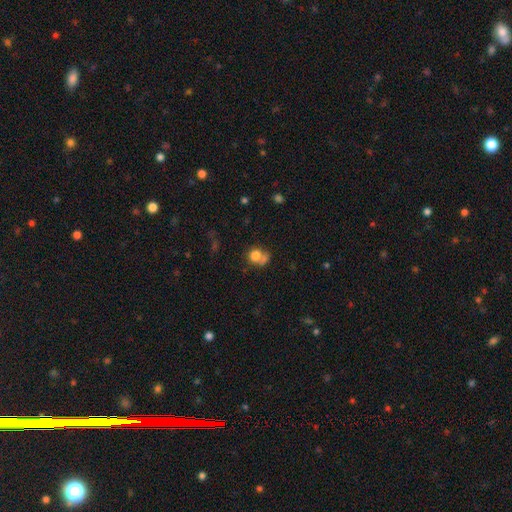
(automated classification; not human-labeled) This is likely a smooth galaxy (76%). How rounded: likely round (76%). Merging: marginally none (43%).